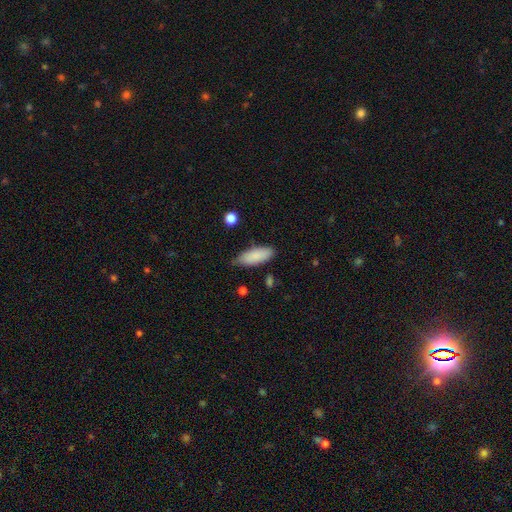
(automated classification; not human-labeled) The model was most divided on "how rounded": in between: 74%, cigar-shaped: 24%, round: 2%. More confident: smooth or featured — smooth (87%); merging — none (73%).